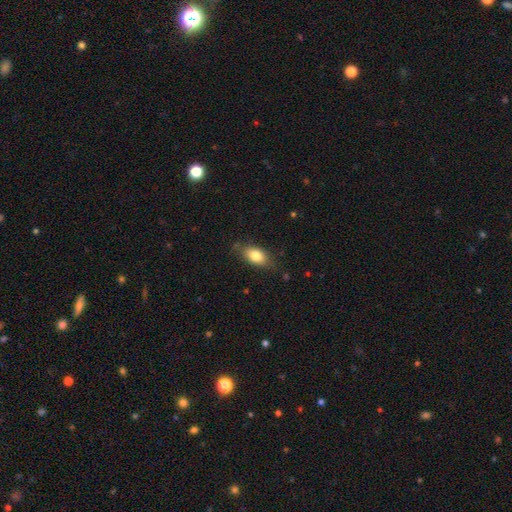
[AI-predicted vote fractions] Smooth or featured? Predicted: smooth (p=0.80). How rounded? Predicted: in between (p=0.86). Merging? Predicted: none (p=0.75).